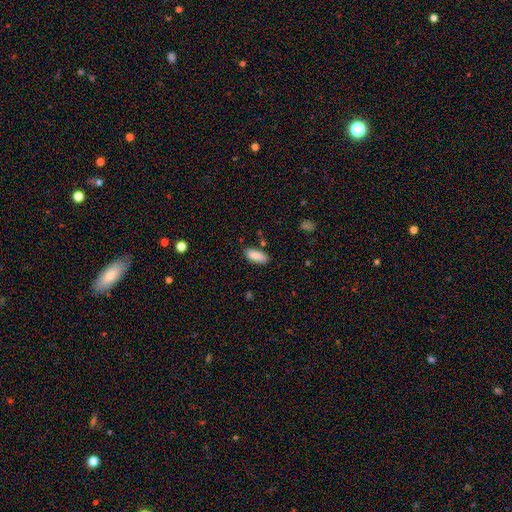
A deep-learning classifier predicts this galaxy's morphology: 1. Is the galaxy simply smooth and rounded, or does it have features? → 88% smooth, 7% star or artifact, 5% featured or disk.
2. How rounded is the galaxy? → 83% in between, 15% cigar-shaped, 2% round.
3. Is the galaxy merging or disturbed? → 81% none, 13% minor disturbance, 3% merger, 3% major disturbance.